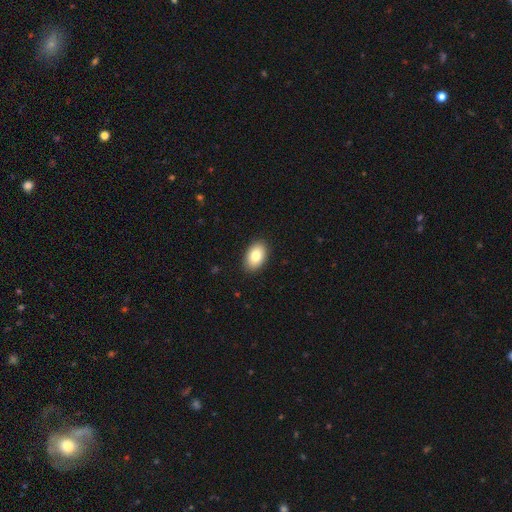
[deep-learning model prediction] Morphology: type=smooth (82%); roundness=in between (91%); merging=none (89%).